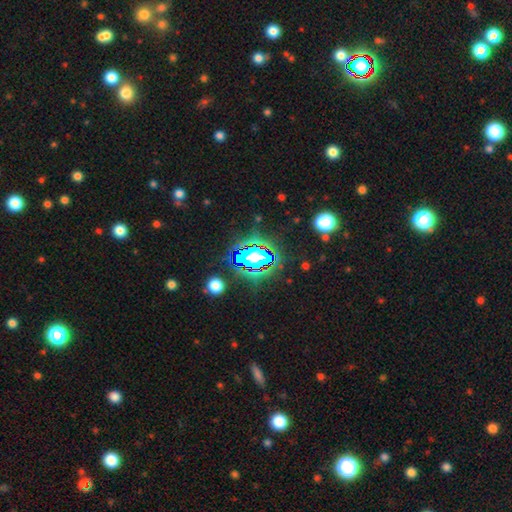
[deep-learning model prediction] Overall: star or artifact (67%).